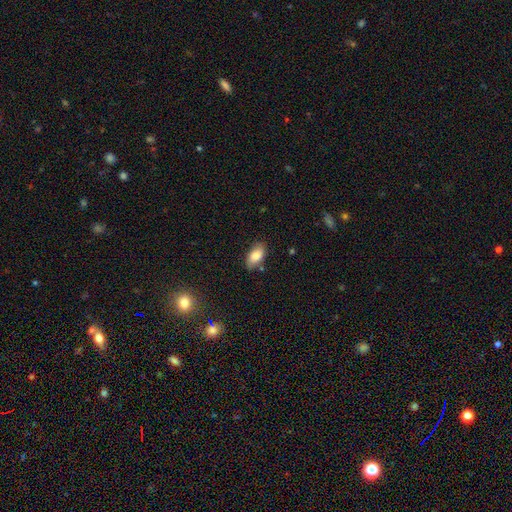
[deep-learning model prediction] Overall: smooth (81%). How rounded: in between (92%). Merging: none (75%).